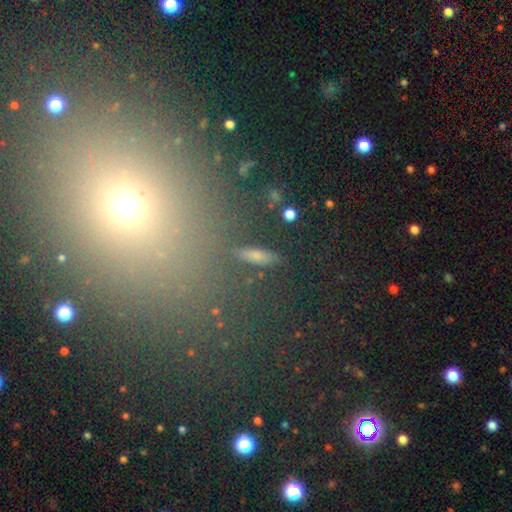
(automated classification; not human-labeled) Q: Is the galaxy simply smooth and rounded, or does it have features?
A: smooth — 63%.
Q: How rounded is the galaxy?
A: cigar-shaped — 62%.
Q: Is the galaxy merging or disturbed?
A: none — 83%.